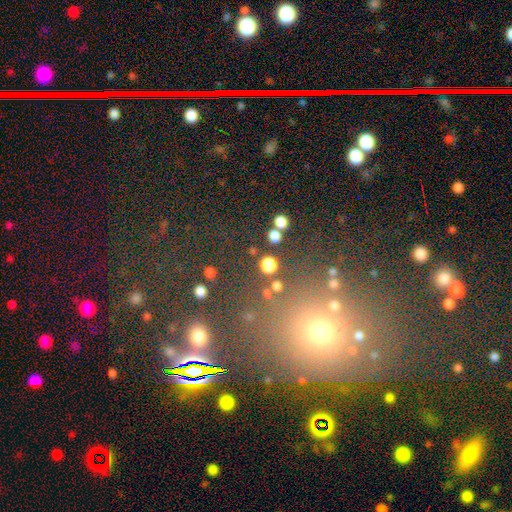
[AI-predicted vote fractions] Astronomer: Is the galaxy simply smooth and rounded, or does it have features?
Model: smooth — 46% (runner-up: star or artifact, 43%).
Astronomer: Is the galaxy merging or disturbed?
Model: none — 73%.